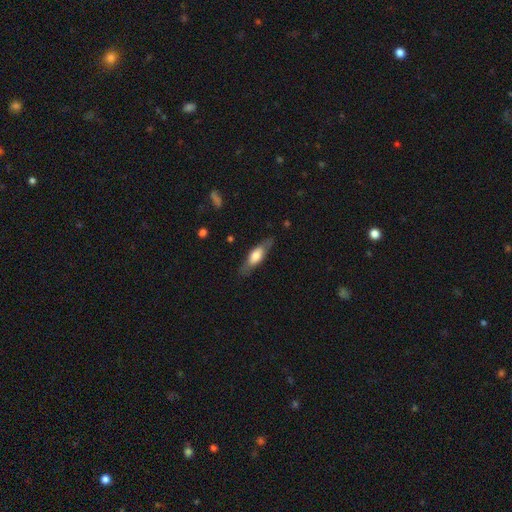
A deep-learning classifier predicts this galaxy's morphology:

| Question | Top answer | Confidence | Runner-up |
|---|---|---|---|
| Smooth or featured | smooth | 56% | featured or disk (38%) |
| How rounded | in between | 55% | cigar-shaped (43%) |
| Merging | none | 79% | minor disturbance (15%) |